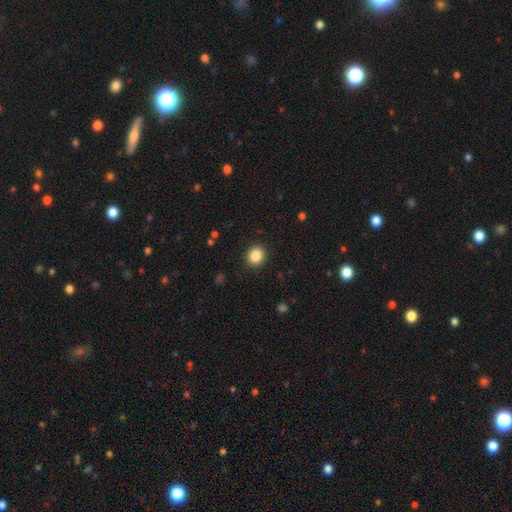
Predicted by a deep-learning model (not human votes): Smooth or featured? Predicted: smooth (p=0.86). How rounded? Predicted: round (p=0.76). Merging? Predicted: none (p=0.91).